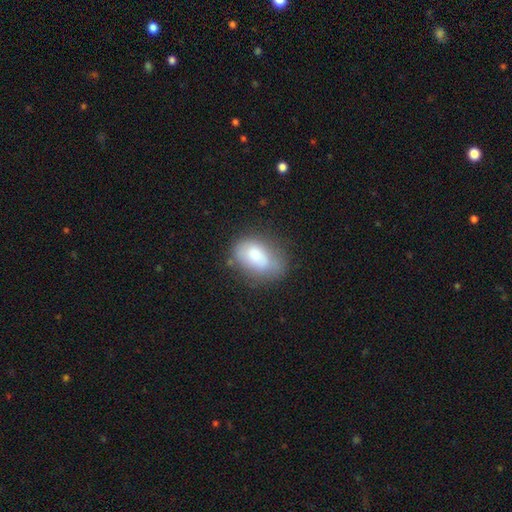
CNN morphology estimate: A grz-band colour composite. It shows a smooth galaxy with no disk features (74%) that is in between round and cigar-shaped (84%). Merging: none (44%).